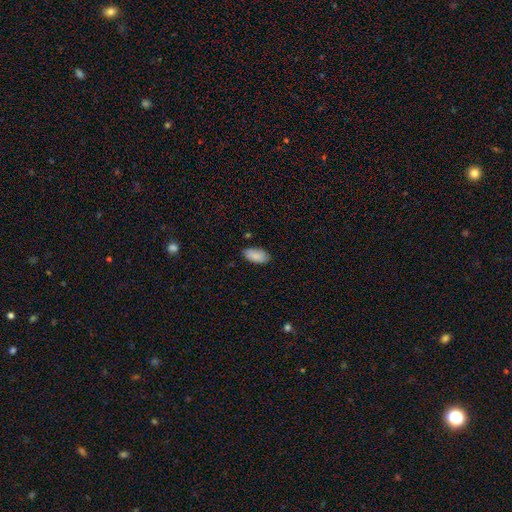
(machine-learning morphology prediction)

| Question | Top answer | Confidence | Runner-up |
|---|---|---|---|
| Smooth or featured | smooth | 89% | star or artifact (7%) |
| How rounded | in between | 93% | cigar-shaped (5%) |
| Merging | none | 81% | minor disturbance (15%) |